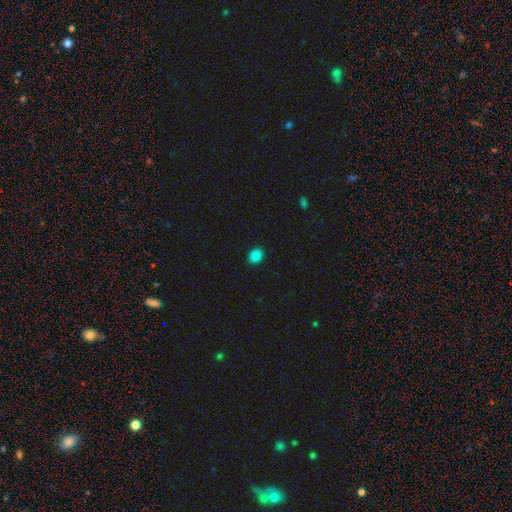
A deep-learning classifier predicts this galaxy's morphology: A smooth galaxy with no disk features (86%) that is in between round and cigar-shaped (50%). Merging: none (91%).